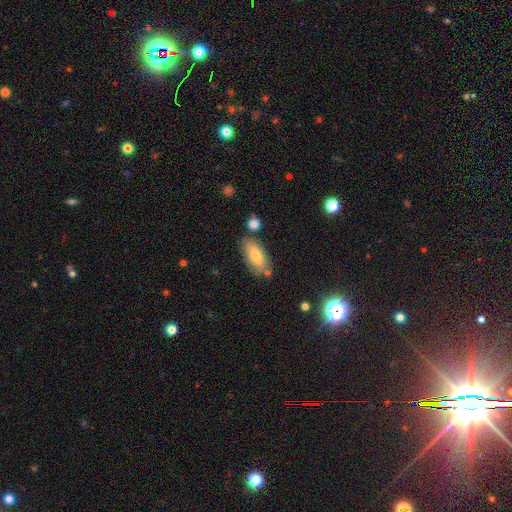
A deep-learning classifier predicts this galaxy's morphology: smooth-or-featured: smooth: 75% | featured or disk: 19% | star or artifact: 7%
  how-rounded: in between: 85% | cigar-shaped: 12% | round: 3%
  merging: none: 68% | minor disturbance: 19% | merger: 9% | major disturbance: 5%